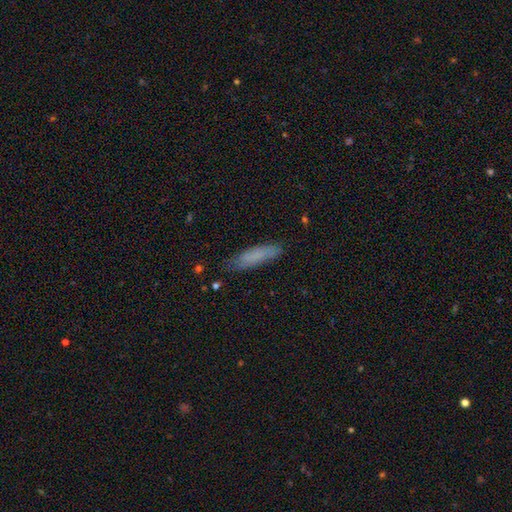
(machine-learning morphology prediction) Smooth or featured?
  - smooth: 76% *
  - featured or disk: 16%
  - star or artifact: 8%
How rounded?
  - cigar-shaped: 75% *
  - in between: 24%
  - round: 1%
Merging?
  - none: 78% *
  - minor disturbance: 17%
  - major disturbance: 3%
  - merger: 2%